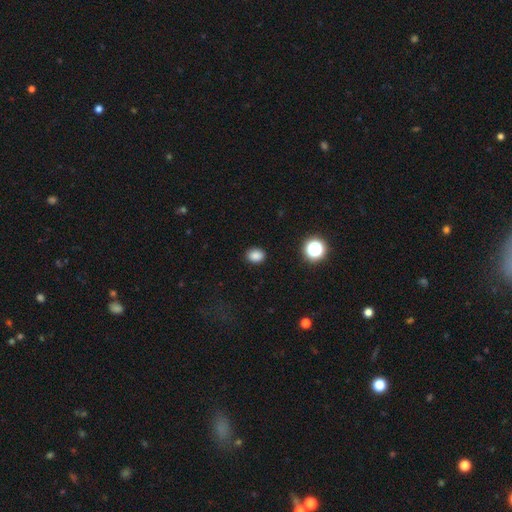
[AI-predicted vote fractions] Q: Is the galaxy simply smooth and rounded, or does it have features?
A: smooth — 84%.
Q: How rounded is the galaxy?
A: in between — 55%.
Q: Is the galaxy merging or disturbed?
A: none — 89%.